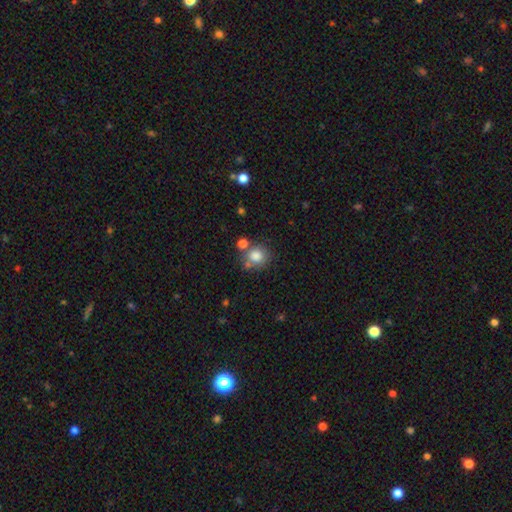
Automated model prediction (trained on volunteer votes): Morphology: type=smooth (82%); roundness=round (85%); merging=none (65%).